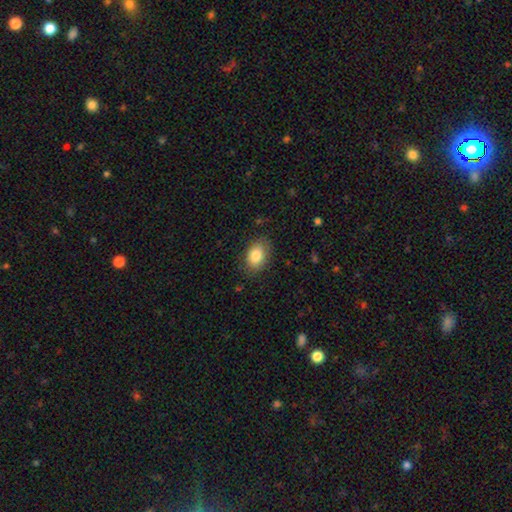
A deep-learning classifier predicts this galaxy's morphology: This appears to be a smooth galaxy with no disk features (83%) that is in between round and cigar-shaped (83%). Merging: none (80%).